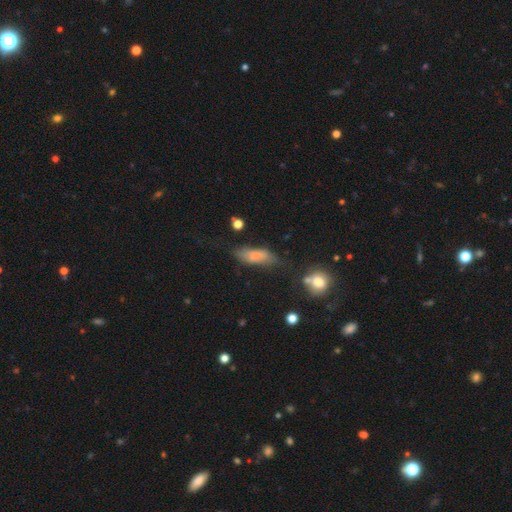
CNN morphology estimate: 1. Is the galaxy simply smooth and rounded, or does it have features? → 74% smooth, 17% featured or disk, 9% star or artifact.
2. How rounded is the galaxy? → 59% in between, 38% cigar-shaped, 3% round.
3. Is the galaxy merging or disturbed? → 54% none, 28% minor disturbance, 12% major disturbance, 5% merger.